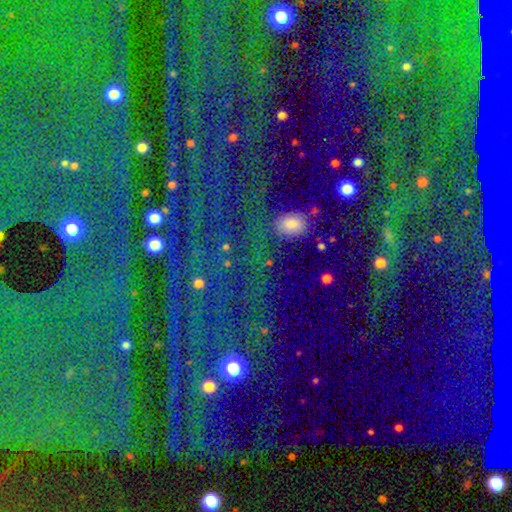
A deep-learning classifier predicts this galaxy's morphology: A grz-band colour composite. It shows a star or artifact, not a galaxy (84%).